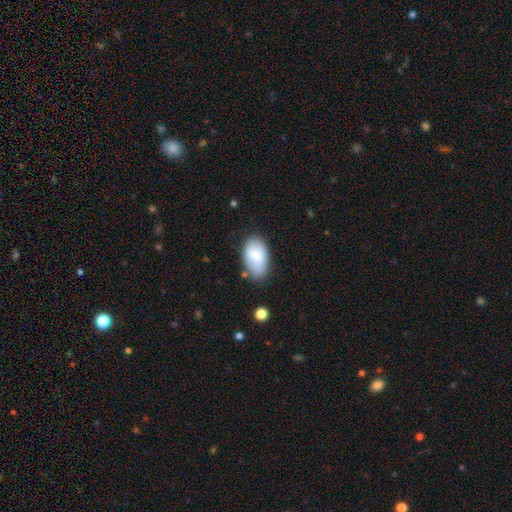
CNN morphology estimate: Smooth or featured? smooth (79%)
How rounded? in between (94%)
Merging? none (70%)